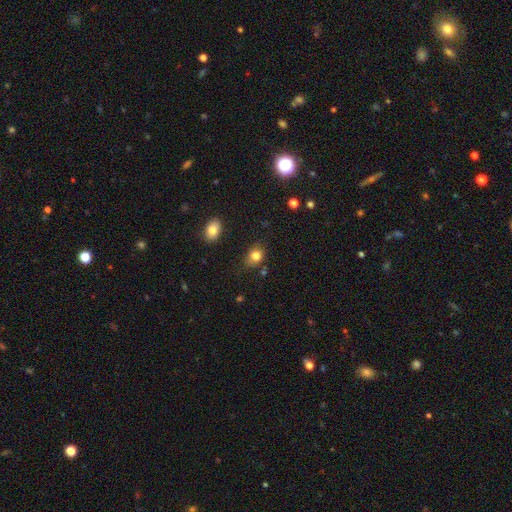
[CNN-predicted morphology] This appears to be a smooth galaxy with no disk features (82%) that is in between round and cigar-shaped (51%). Merging: none (74%).